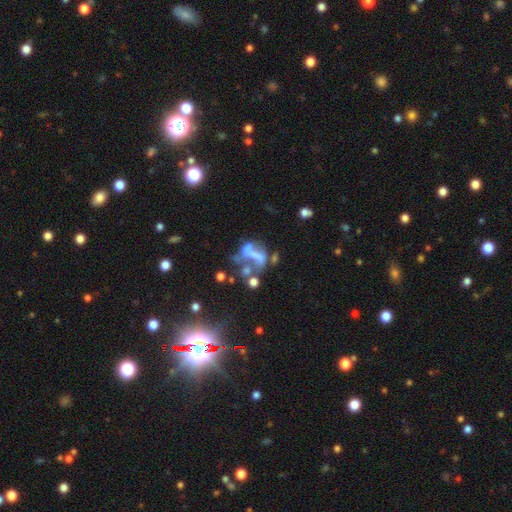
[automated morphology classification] smooth_or_featured: featured or disk (p=0.54) [alt: smooth p=0.27]
disk_edge_on: no (p=0.97) [alt: yes p=0.03]
bar: no (p=0.75) [alt: strong p=0.13]
has_spiral_arms: no (p=0.86) [alt: yes p=0.14]
bulge_size: none (p=0.76) [alt: small p=0.10]
merging: major disturbance (p=0.35) [alt: merger p=0.32]